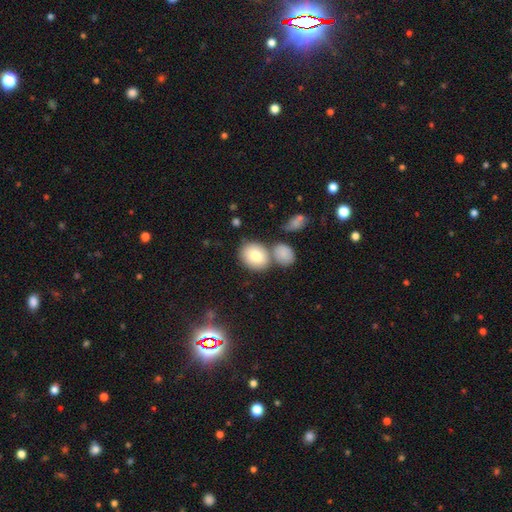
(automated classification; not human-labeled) smooth 78%, featured or disk 14%, star or artifact 8%. Down the decision tree: how rounded — round (50%); merging — none (60%).